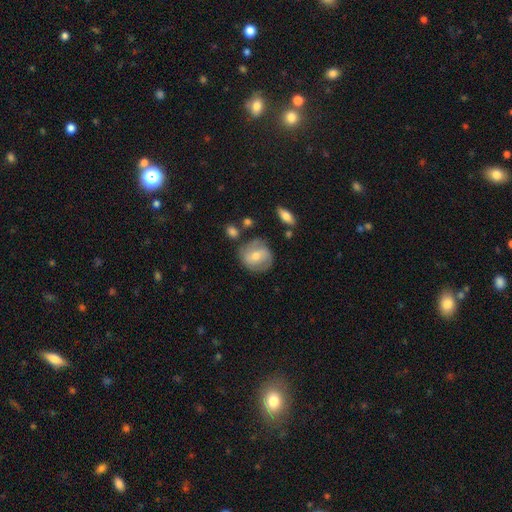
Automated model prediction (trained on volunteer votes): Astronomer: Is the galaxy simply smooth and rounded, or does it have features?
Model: featured or disk — 52% (runner-up: smooth, 40%).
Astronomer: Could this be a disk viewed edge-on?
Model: no — 95%.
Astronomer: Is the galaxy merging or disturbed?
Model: none — 73%.